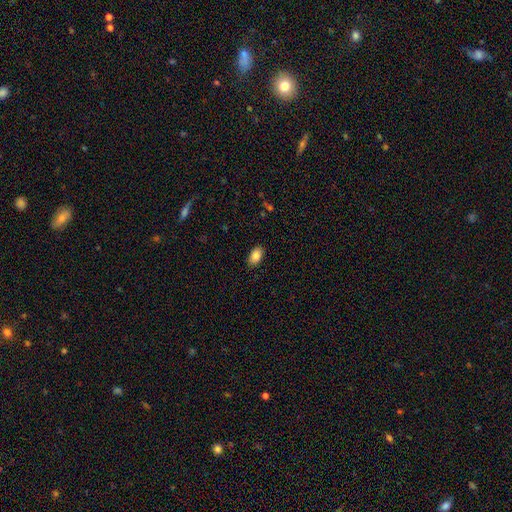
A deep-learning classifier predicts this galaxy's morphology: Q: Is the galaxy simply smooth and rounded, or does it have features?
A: smooth — 85%.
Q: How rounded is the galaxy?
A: in between — 92%.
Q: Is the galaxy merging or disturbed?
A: none — 88%.